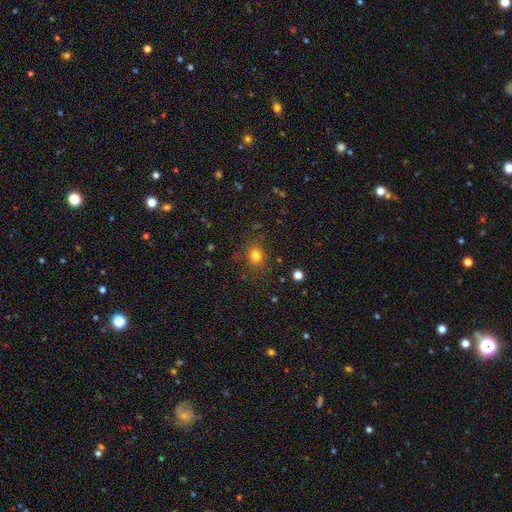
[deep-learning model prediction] Overall: smooth (78%). How rounded: round (69%; in between 30%). Merging: none (81%).